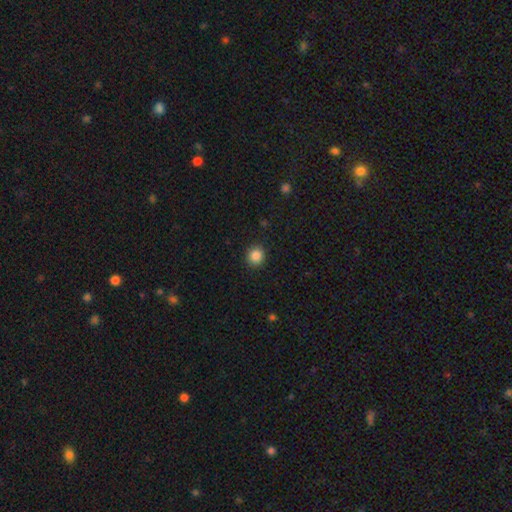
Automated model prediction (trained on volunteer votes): This appears to be a smooth galaxy with no disk features (87%) that is round (88%). Merging: none (91%).